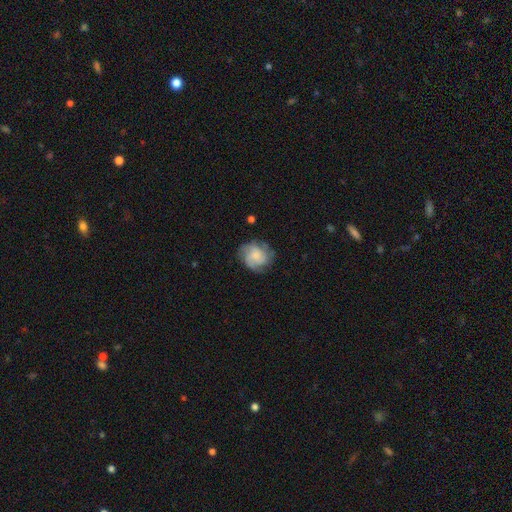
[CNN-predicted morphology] A featured or disk galaxy (59%) with no bar (75%), 3 (33%) tight (44%) spiral arms (90%) and a small central bulge (38%).

Vote fractions:
- Smooth or featured? featured or disk: 59% / smooth: 33% / star or artifact: 8%
- Edge-on disk? no: 98% / yes: 2%
- Bar? no: 75% / weak: 23% / strong: 3%
- Spiral arms? yes: 90% / no: 10%
- Spiral winding? tight: 44% / medium: 41% / loose: 15%
- Spiral arm count? 3: 33% / can't tell: 26% / 4: 19% / 2: 12% / more than 4: 6% / 1: 5%
- Bulge size? small: 38% / moderate: 33% / none: 18% / large: 9% / dominant: 2%
- Merging? none: 73% / minor disturbance: 18% / major disturbance: 7% / merger: 1%